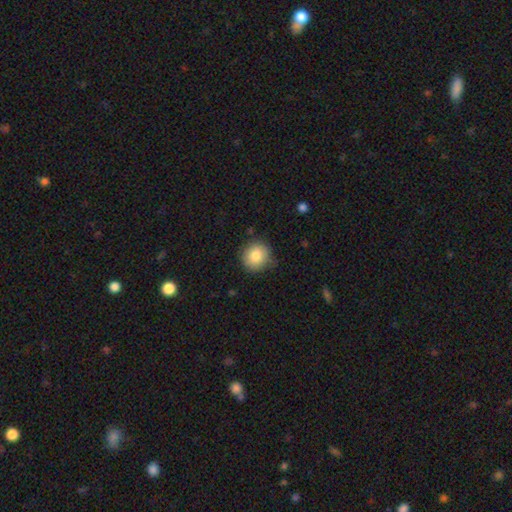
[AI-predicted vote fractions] A smooth galaxy with no disk features (84%) that is round (90%). Merging: none (85%).